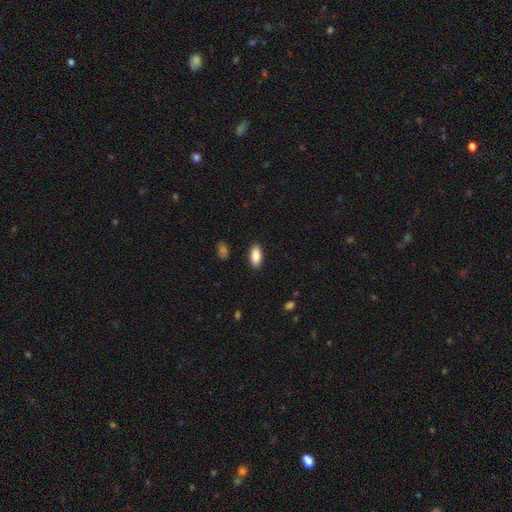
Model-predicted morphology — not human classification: Smooth or featured: smooth — 89% (star or artifact — 6%)
How rounded: in between — 88% (cigar-shaped — 10%)
Merging: none — 89% (minor disturbance — 8%)